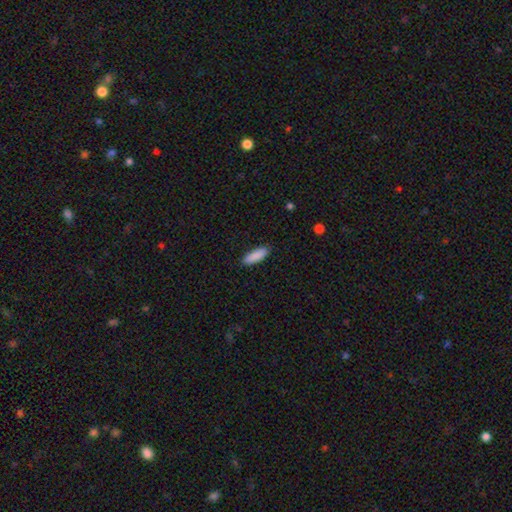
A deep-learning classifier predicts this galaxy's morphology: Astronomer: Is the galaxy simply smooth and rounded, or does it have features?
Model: smooth — 90%.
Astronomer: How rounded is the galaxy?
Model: in between — 51% (runner-up: cigar-shaped, 48%).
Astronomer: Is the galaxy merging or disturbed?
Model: none — 88%.